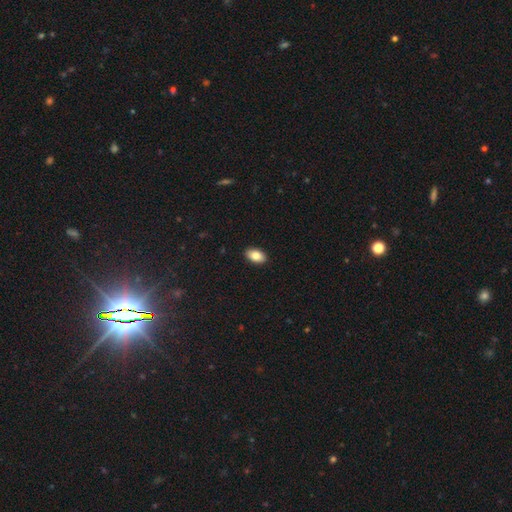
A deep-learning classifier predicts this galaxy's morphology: A smooth galaxy with no disk features (83%) that is in between round and cigar-shaped (92%). Merging: none (91%).